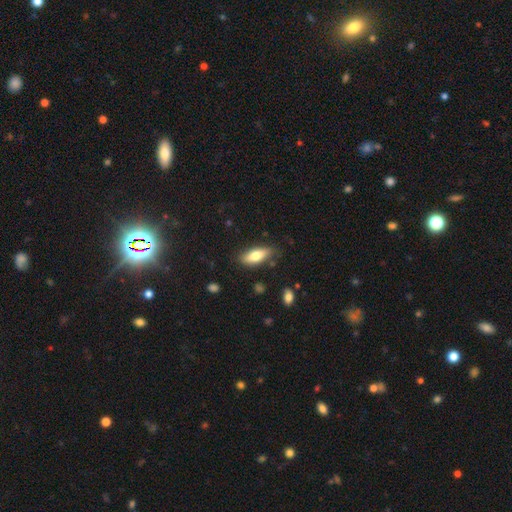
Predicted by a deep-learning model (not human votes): A smooth galaxy with no disk features (75%) that is in between round and cigar-shaped (70%).

Vote fractions:
- Smooth or featured? smooth: 75% / featured or disk: 19% / star or artifact: 6%
- How rounded? in between: 70% / cigar-shaped: 28% / round: 2%
- Merging? none: 80% / minor disturbance: 14% / major disturbance: 3% / merger: 2%